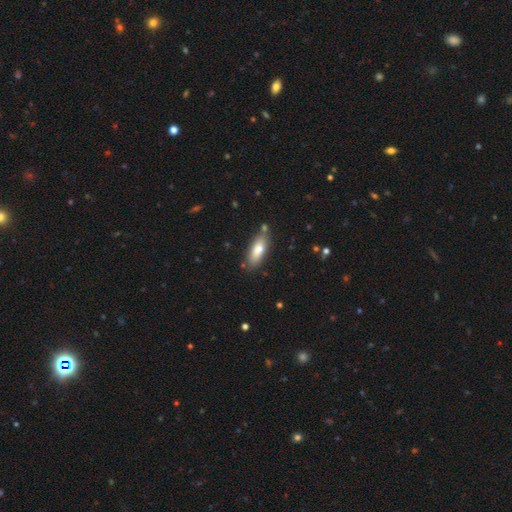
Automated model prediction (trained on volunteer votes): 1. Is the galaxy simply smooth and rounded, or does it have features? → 78% smooth, 16% featured or disk, 7% star or artifact.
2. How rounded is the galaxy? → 65% in between, 33% cigar-shaped, 2% round.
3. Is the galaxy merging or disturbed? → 78% none, 14% minor disturbance, 5% merger, 3% major disturbance.